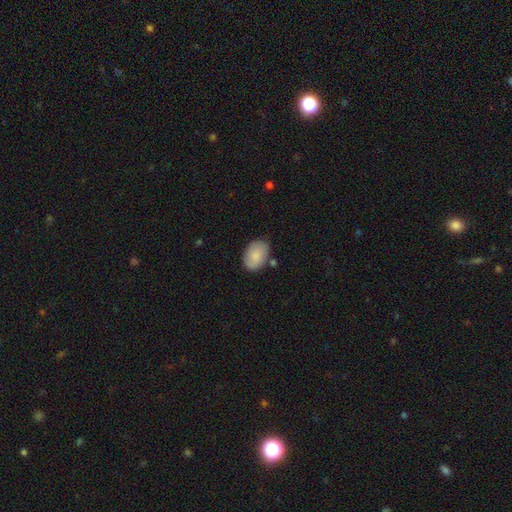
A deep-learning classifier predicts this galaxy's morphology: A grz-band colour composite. It shows a smooth galaxy with no disk features (83%) that is in between round and cigar-shaped (84%). Merging: none (76%).